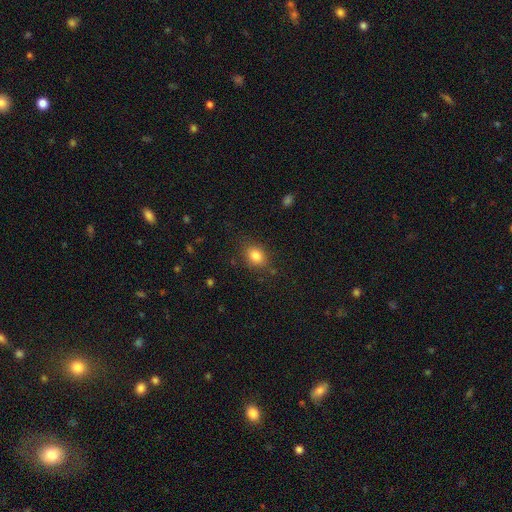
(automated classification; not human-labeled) Overall: smooth (82%). How rounded: in between (60%; round 39%). Merging: none (80%).